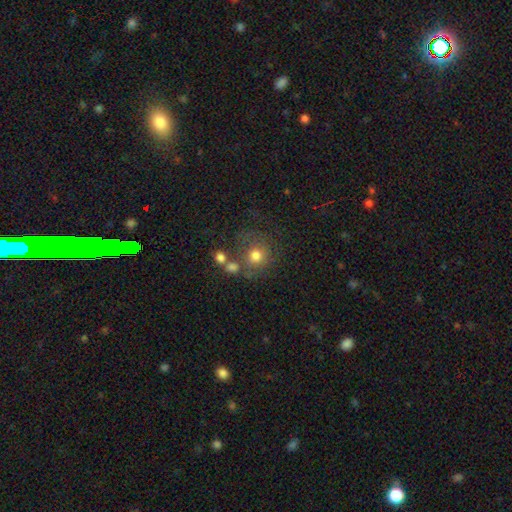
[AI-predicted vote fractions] Morphology: type=smooth (68%); roundness=round (86%); merging=none (53%).